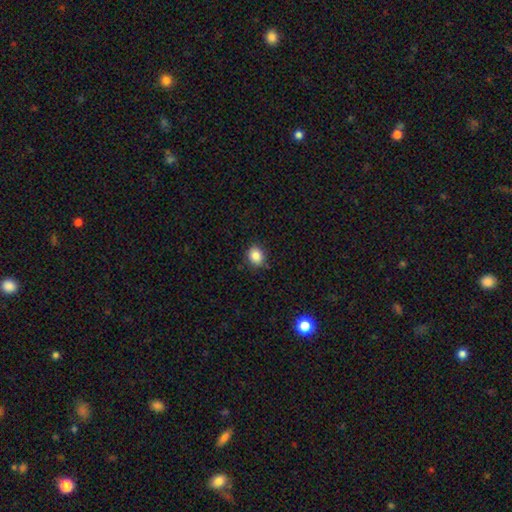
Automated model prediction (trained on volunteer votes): Smooth or featured: smooth — 85% (star or artifact — 10%)
How rounded: round — 67% (in between — 32%)
Merging: none — 84% (minor disturbance — 12%)